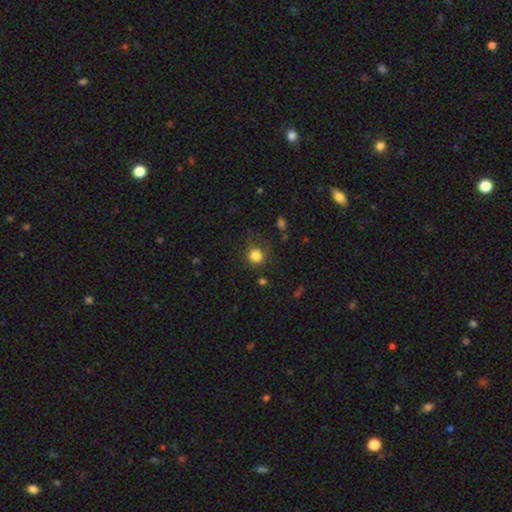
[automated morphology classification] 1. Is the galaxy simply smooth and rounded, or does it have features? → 82% smooth, 12% star or artifact, 5% featured or disk.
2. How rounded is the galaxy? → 84% round, 15% in between, 1% cigar-shaped.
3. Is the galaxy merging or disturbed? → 76% none, 16% minor disturbance, 6% major disturbance, 2% merger.